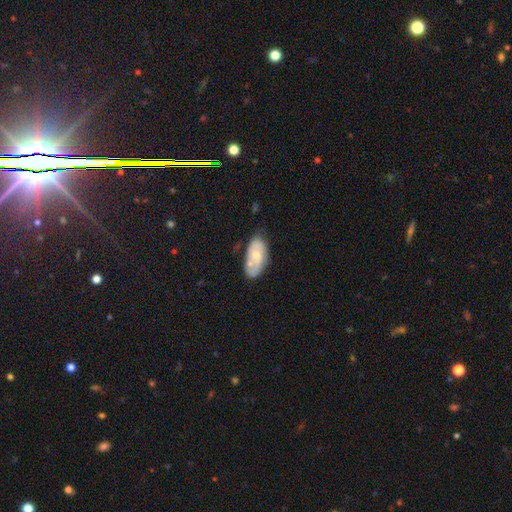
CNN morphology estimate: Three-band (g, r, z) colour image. It shows a smooth galaxy with no disk features (53%) that is in between round and cigar-shaped (92%). Merging: none (59%).